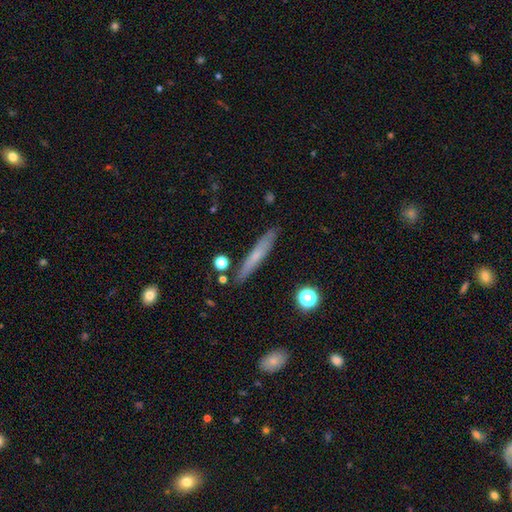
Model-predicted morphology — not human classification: smooth 58%, featured or disk 35%, star or artifact 7%. Down the decision tree: how rounded — cigar-shaped (93%); merging — none (86%).